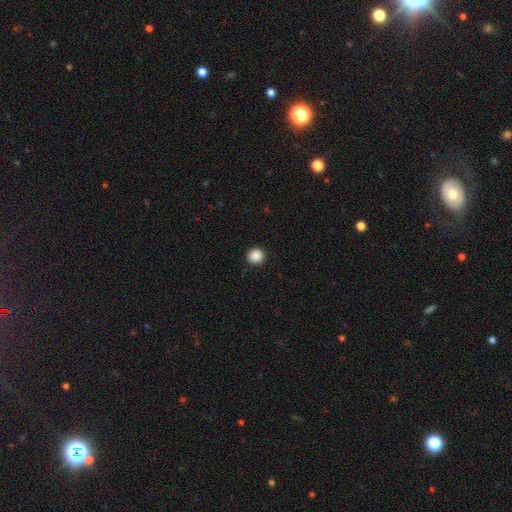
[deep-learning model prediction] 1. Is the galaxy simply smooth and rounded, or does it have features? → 88% smooth, 9% star or artifact, 2% featured or disk.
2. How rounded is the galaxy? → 94% round, 5% in between, 1% cigar-shaped.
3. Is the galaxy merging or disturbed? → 92% none, 6% minor disturbance, 2% major disturbance, 1% merger.